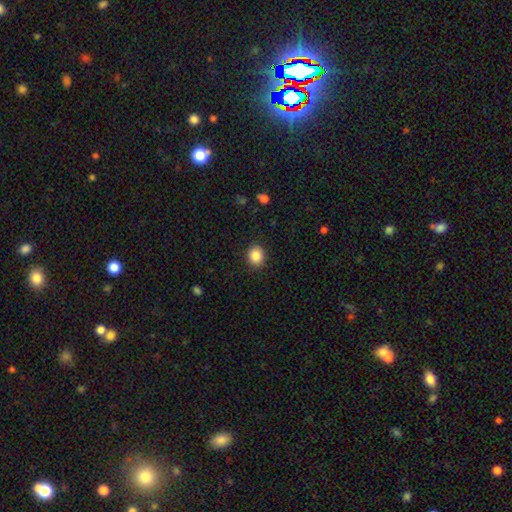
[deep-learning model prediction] Morphology: type=smooth (86%); roundness=round (72%); merging=none (90%).